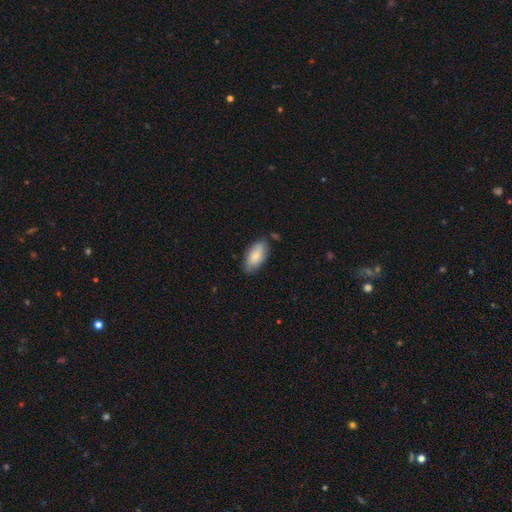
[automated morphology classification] This is likely a smooth galaxy (76%). How rounded: clearly in between (92%). Merging: likely none (73%).